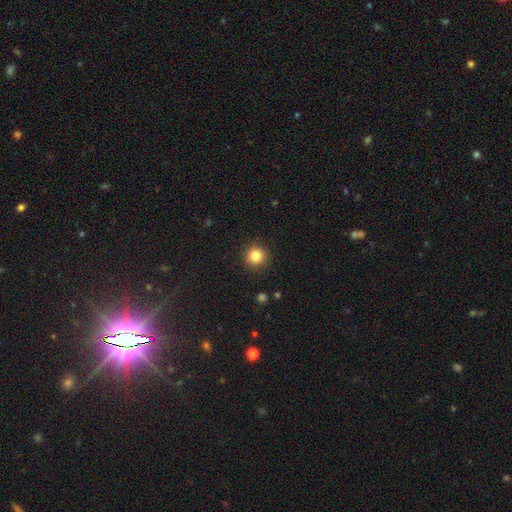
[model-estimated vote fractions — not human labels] This is clearly a smooth galaxy (83%). How rounded: clearly round (94%). Merging: clearly none (91%).